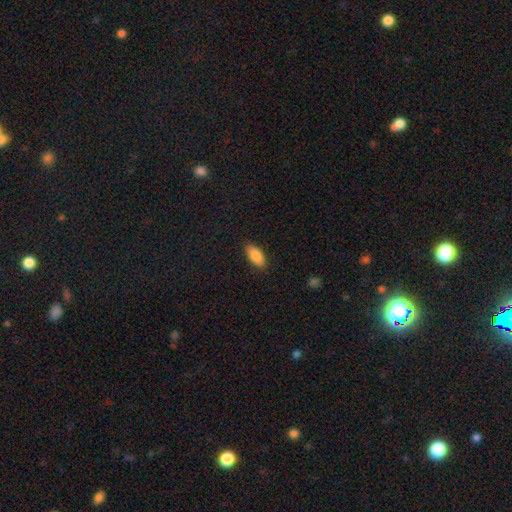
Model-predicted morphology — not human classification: Smooth or featured?
  - smooth: 89% *
  - star or artifact: 7%
  - featured or disk: 5%
How rounded?
  - in between: 89% *
  - cigar-shaped: 9%
  - round: 2%
Merging?
  - none: 87% *
  - minor disturbance: 10%
  - major disturbance: 2%
  - merger: 1%